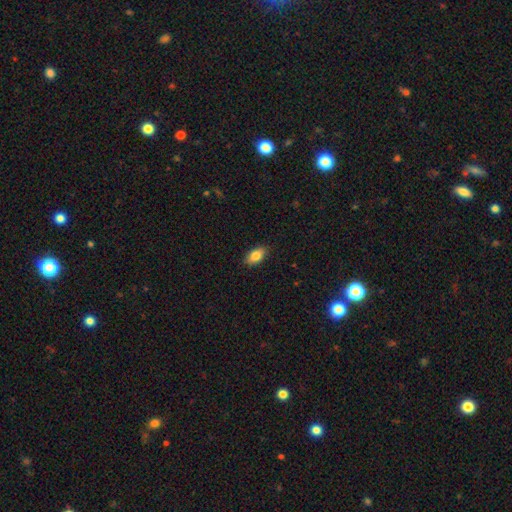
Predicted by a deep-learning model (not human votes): This appears to be a smooth galaxy with no disk features (84%) that is in between round and cigar-shaped (91%). Merging: none (88%).